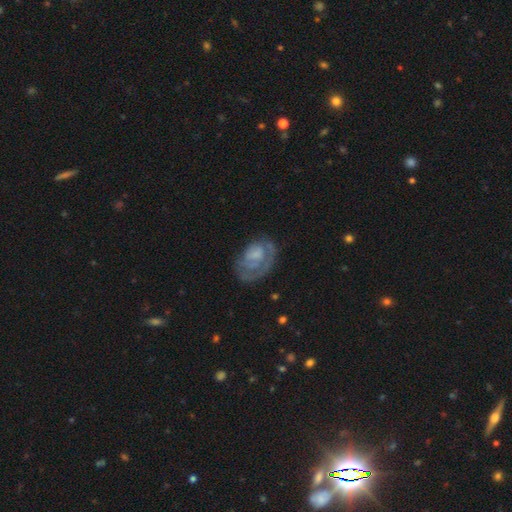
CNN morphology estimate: type=featured or disk (56%); edge-on=no (96%); bar=no (75%); spiral arms=yes (62%); bulge=none (46%); merging=none (48%).